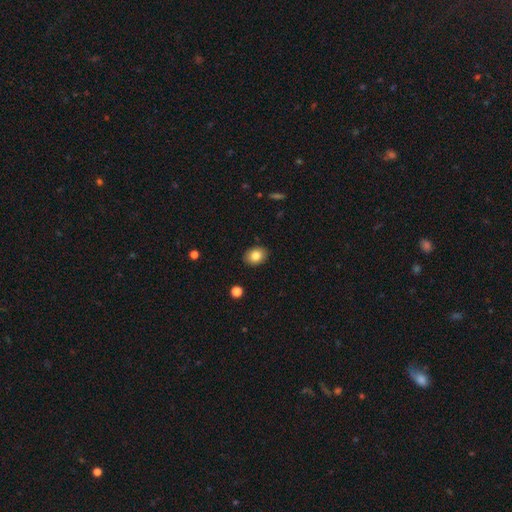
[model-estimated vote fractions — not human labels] The model was most divided on "how rounded": in between: 64%, round: 35%, cigar-shaped: 1%. More confident: merging — none (89%); smooth or featured — smooth (83%).